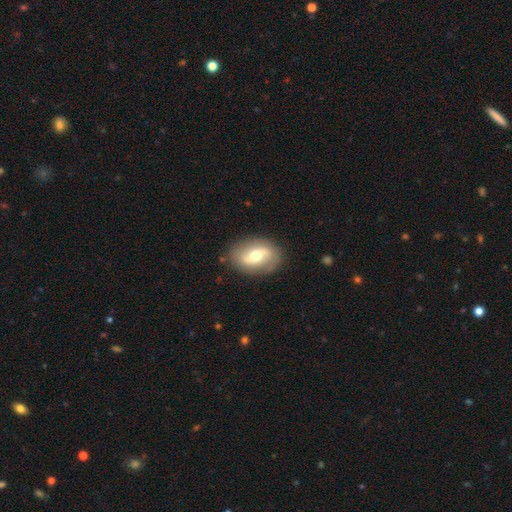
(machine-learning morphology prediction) Smooth or featured: featured or disk — 58% (smooth — 36%)
Edge-on disk: no — 93% (yes — 7%)
Bar: weak — 41% (strong — 33%)
Spiral arms: yes — 63% (no — 37%)
Bulge size: moderate — 70% (small — 16%)
Merging: none — 83% (minor disturbance — 12%)